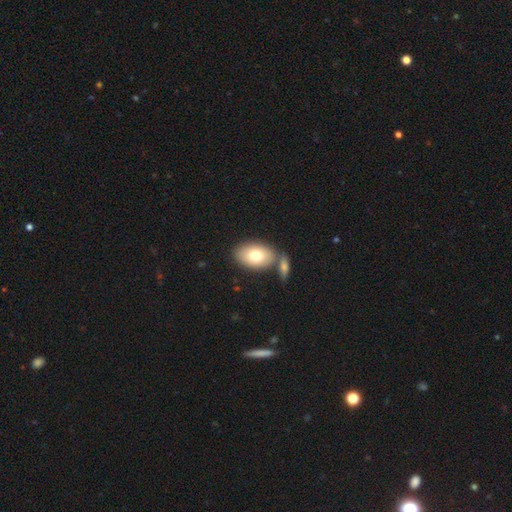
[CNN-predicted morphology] smooth_or_featured: smooth (p=0.75) [alt: featured or disk p=0.18]
how_rounded: in between (p=0.88) [alt: round p=0.10]
merging: none (p=0.64) [alt: merger p=0.22]